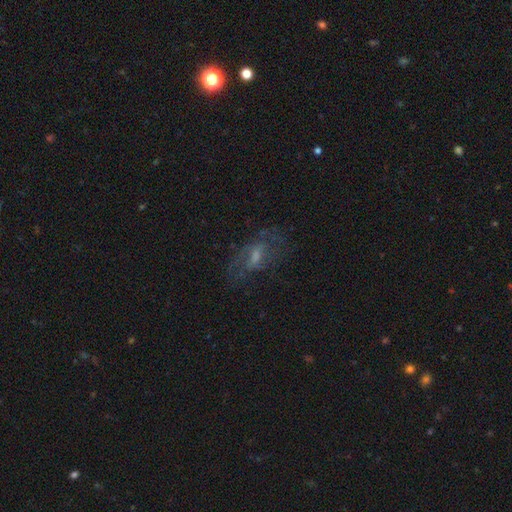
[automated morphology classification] A featured or disk galaxy (58%) with a weak bar (48%), spiral arms (66%) and a small central bulge (40%). Merging: none (62%).